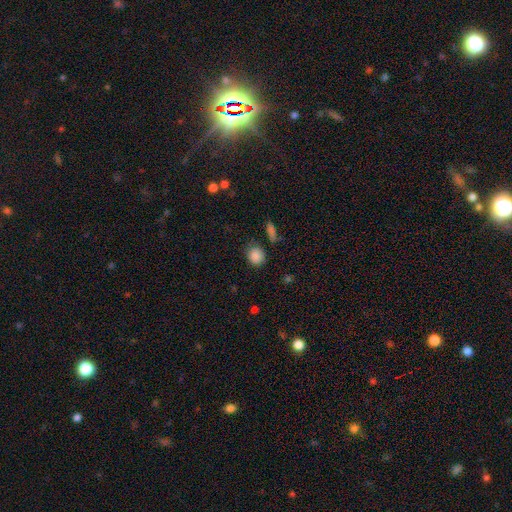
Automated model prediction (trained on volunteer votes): Smooth or featured? smooth (86%)
How rounded? round (72%)
Merging? none (75%)